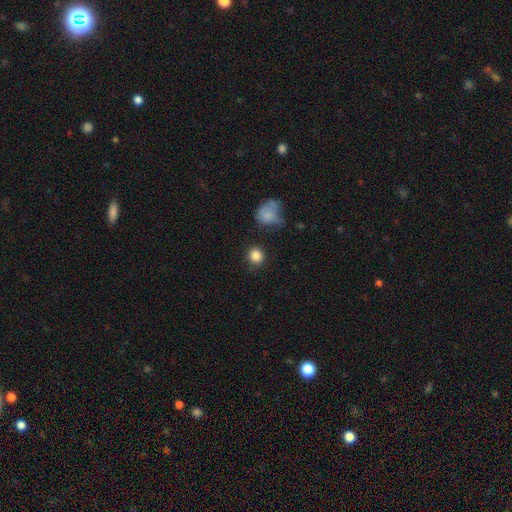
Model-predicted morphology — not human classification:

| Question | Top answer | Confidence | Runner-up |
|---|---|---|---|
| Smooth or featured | smooth | 85% | star or artifact (10%) |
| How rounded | round | 89% | in between (10%) |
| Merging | none | 84% | minor disturbance (9%) |